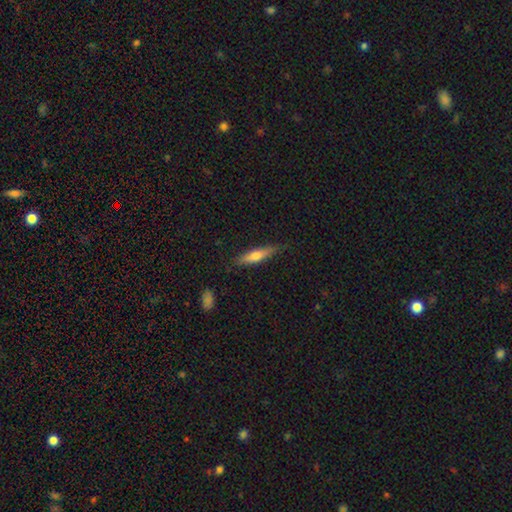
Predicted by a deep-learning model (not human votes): Smooth or featured: smooth — 56% (featured or disk — 38%)
How rounded: cigar-shaped — 79% (in between — 19%)
Merging: none — 82% (minor disturbance — 14%)